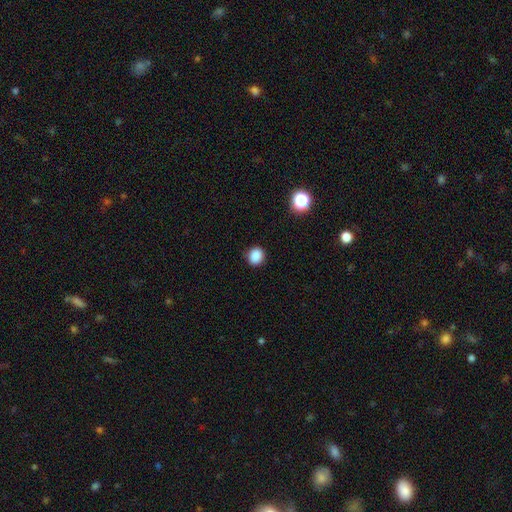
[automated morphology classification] This is clearly a smooth galaxy (87%). How rounded: likely round (73%). Merging: clearly none (88%).